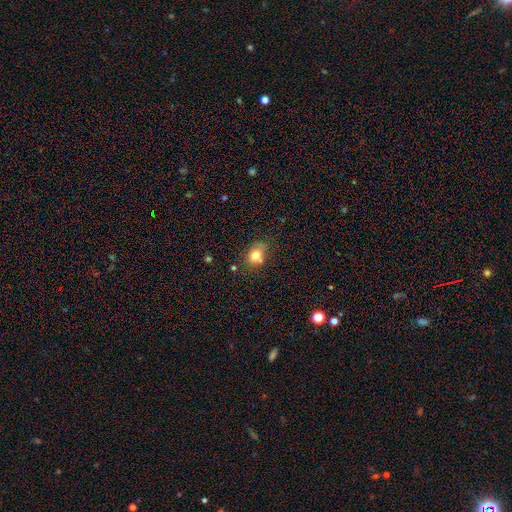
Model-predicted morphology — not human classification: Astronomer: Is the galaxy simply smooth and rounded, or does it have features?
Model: smooth — 77%.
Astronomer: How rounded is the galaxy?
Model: round — 56% (runner-up: in between, 43%).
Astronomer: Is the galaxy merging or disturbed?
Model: none — 60%.